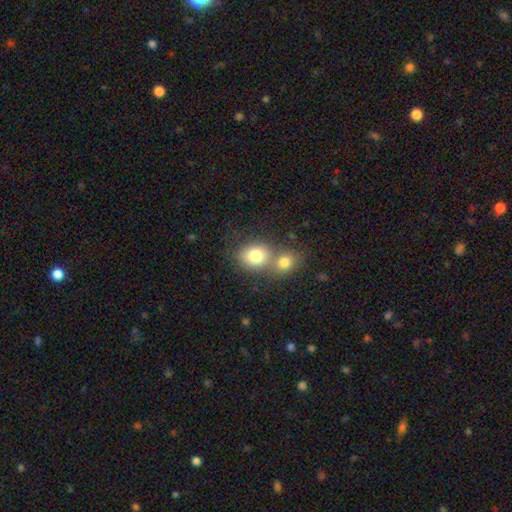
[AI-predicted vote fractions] A smooth galaxy with no disk features (80%) that is round (63%).

Vote fractions:
- Smooth or featured? smooth: 80% / featured or disk: 11% / star or artifact: 10%
- How rounded? round: 63% / in between: 36% / cigar-shaped: 1%
- Merging? merger: 48% / none: 40% / minor disturbance: 8% / major disturbance: 3%